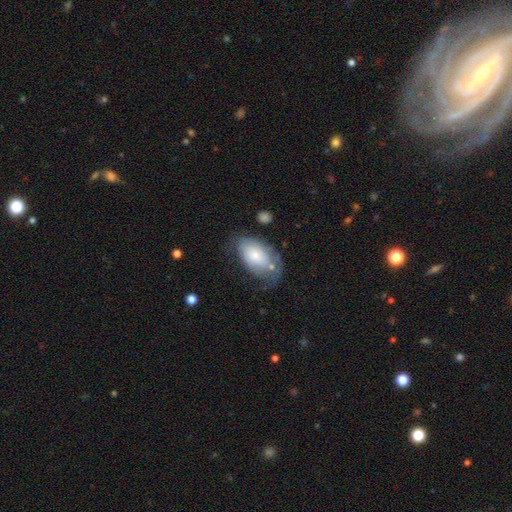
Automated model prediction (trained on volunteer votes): Smooth or featured?
  - smooth: 63% *
  - featured or disk: 31%
  - star or artifact: 7%
How rounded?
  - in between: 91% *
  - round: 7%
  - cigar-shaped: 1%
Merging?
  - none: 40% *
  - minor disturbance: 31%
  - major disturbance: 22%
  - merger: 7%